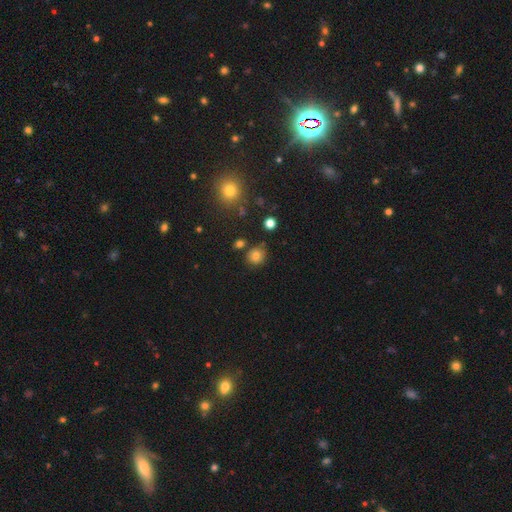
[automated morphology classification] Smooth or featured: smooth — 77% (star or artifact — 15%)
How rounded: round — 83% (in between — 16%)
Merging: none — 77% (minor disturbance — 14%)